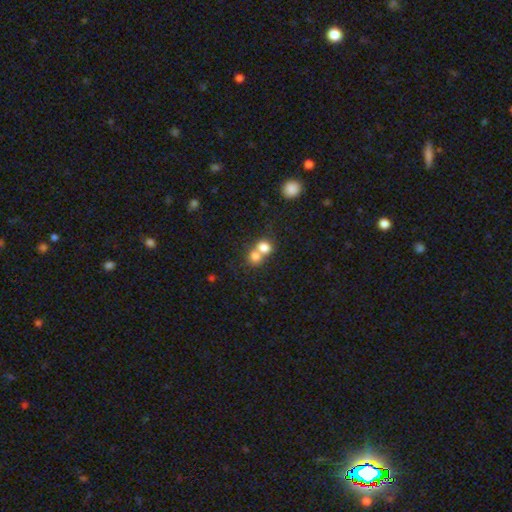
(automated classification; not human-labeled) Q: Smooth or featured?
A: smooth (77%); runner-up: featured or disk (12%)
Q: How rounded?
A: round (73%); runner-up: in between (26%)
Q: Merging?
A: merger (64%); runner-up: none (29%)